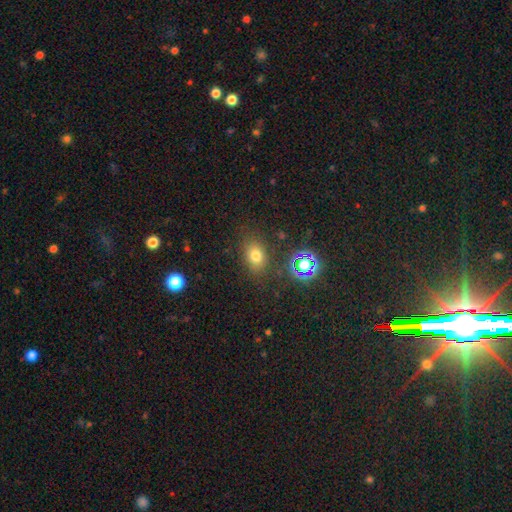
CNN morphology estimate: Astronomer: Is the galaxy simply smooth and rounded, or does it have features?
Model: smooth — 70%.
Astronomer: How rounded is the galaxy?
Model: in between — 64%.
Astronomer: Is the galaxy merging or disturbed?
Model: none — 80%.